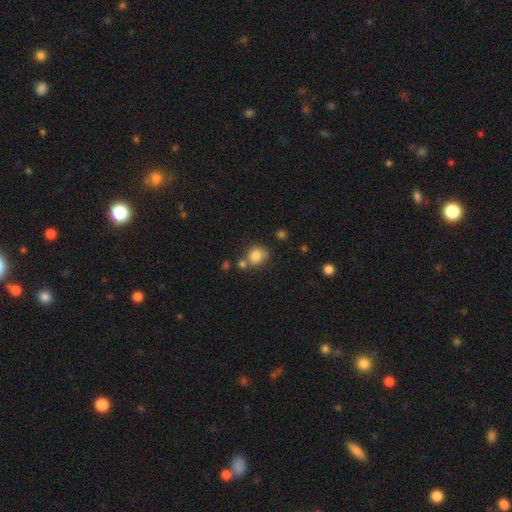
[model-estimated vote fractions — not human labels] smooth 83%, star or artifact 10%, featured or disk 7%. Down the decision tree: how rounded — round (74%); merging — none (59%).